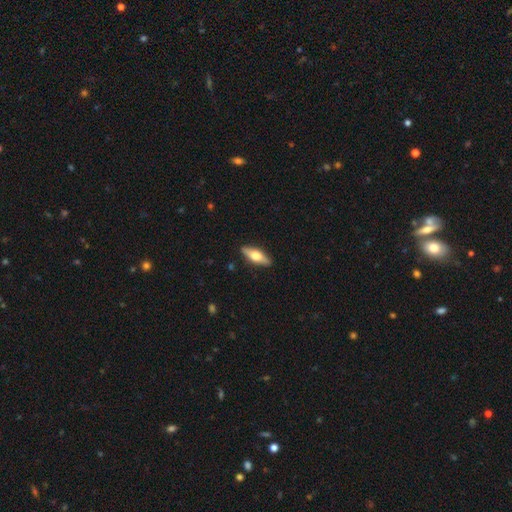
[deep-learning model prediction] smooth_or_featured: smooth (p=0.50) [alt: featured or disk p=0.45]
merging: none (p=0.90) [alt: minor disturbance p=0.08]